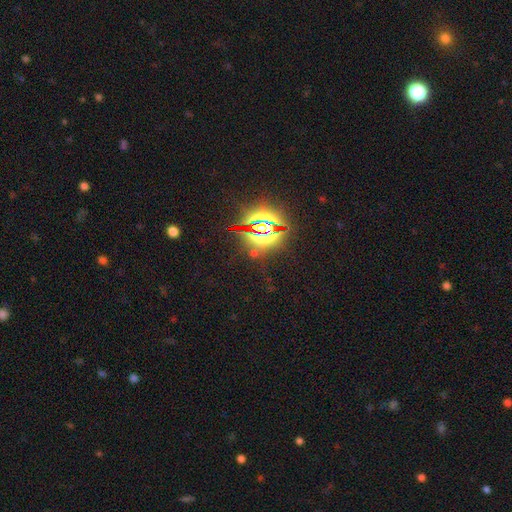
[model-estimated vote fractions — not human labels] Smooth or featured? Predicted: star or artifact (p=0.83).